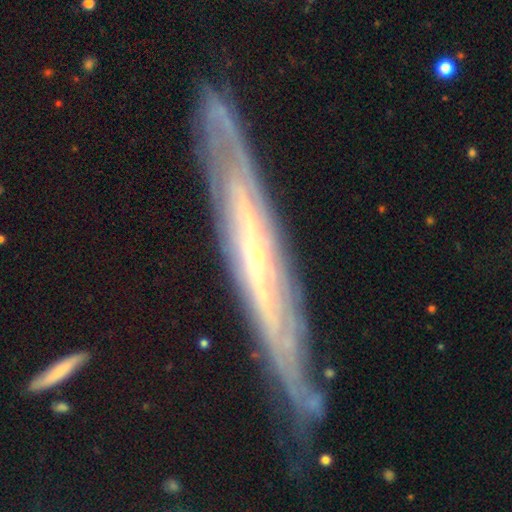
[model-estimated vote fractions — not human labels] smooth_or_featured: featured or disk (p=0.82) [alt: smooth p=0.12]
disk_edge_on: yes (p=0.62) [alt: no p=0.38]
edge_on_bulge: none (p=0.58) [alt: rounded p=0.38]
merging: none (p=0.77) [alt: minor disturbance p=0.17]